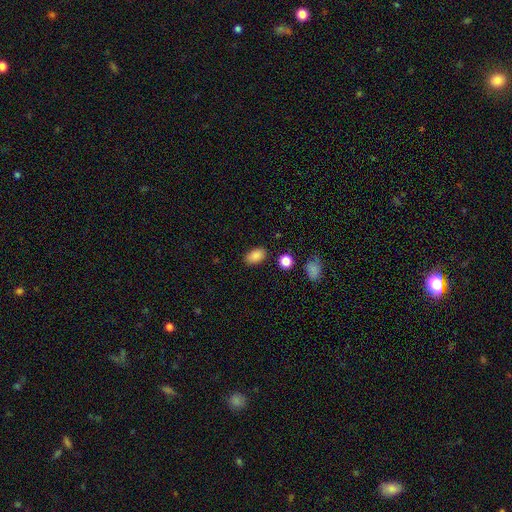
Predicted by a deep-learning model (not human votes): Smooth or featured?
  - smooth: 86% *
  - star or artifact: 9%
  - featured or disk: 5%
How rounded?
  - in between: 89% *
  - round: 10%
  - cigar-shaped: 2%
Merging?
  - none: 84% *
  - minor disturbance: 10%
  - major disturbance: 3%
  - merger: 3%